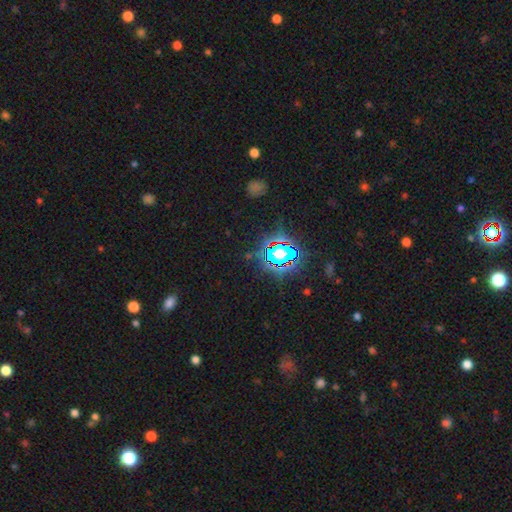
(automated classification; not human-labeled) The model was most divided on "smooth or featured": star or artifact: 79%, smooth: 14%, featured or disk: 8%.